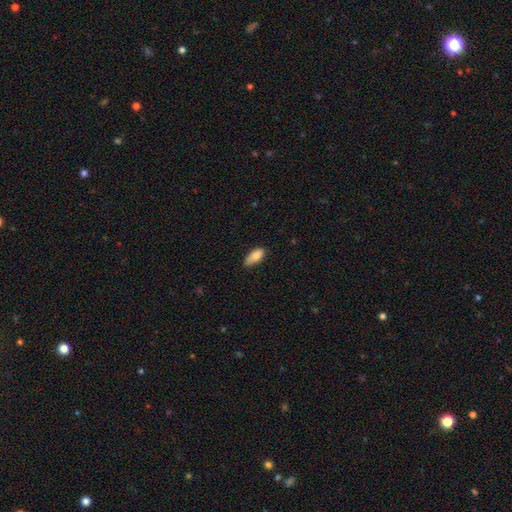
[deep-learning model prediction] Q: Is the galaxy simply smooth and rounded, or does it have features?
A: smooth — 84%.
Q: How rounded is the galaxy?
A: in between — 84%.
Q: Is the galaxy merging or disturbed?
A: none — 57%.